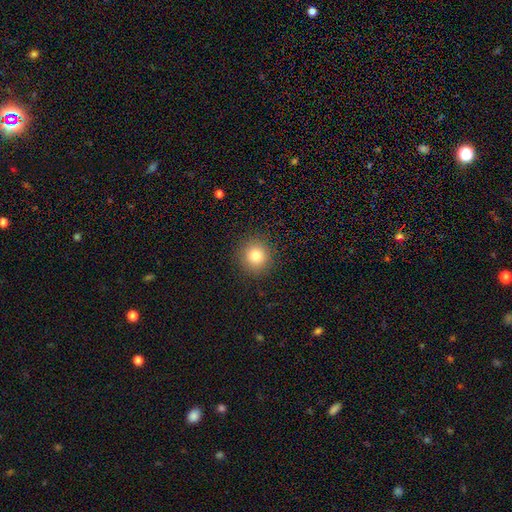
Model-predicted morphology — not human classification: A smooth galaxy with no disk features (81%) that is round (90%).

Vote fractions:
- Smooth or featured? smooth: 81% / star or artifact: 12% / featured or disk: 7%
- How rounded? round: 90% / in between: 9% / cigar-shaped: 1%
- Merging? none: 90% / minor disturbance: 6% / major disturbance: 2% / merger: 1%